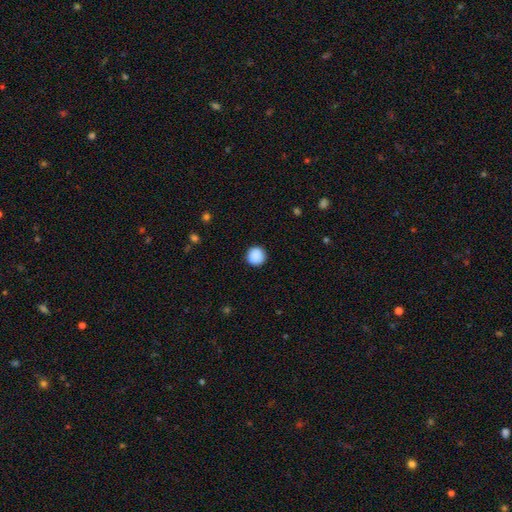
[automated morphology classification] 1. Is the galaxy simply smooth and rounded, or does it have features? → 90% smooth, 8% star or artifact, 2% featured or disk.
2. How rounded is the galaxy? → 95% round, 4% in between, 1% cigar-shaped.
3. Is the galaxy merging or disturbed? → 91% none, 6% minor disturbance, 2% major disturbance, 1% merger.